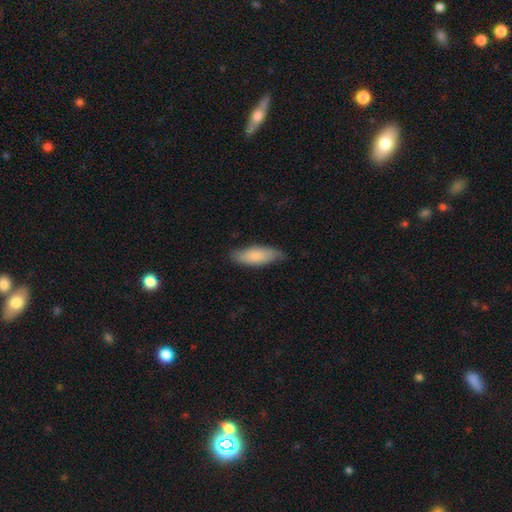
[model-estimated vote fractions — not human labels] Morphology: type=smooth (78%); roundness=in between (68%); merging=none (71%).